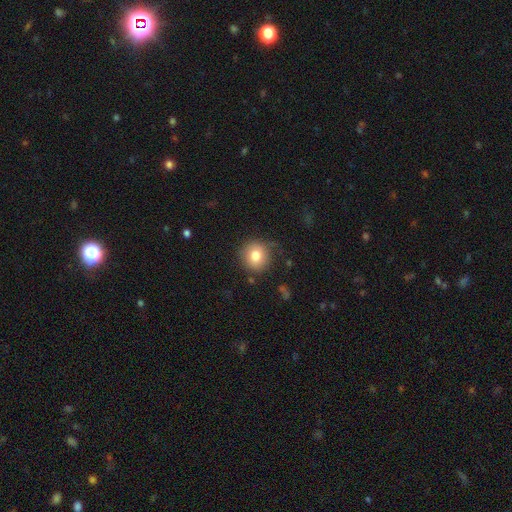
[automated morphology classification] Overall: smooth (79%). How rounded: round (91%). Merging: none (79%).